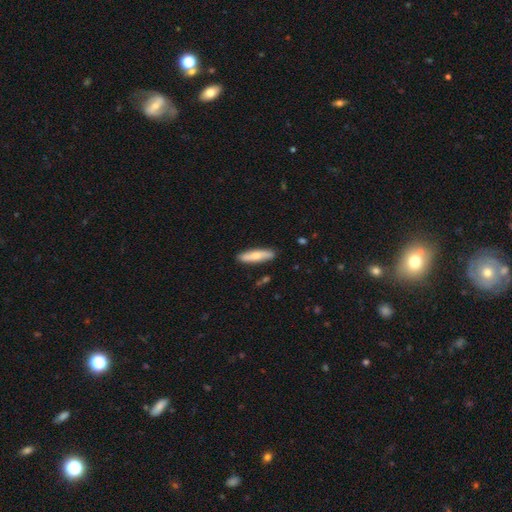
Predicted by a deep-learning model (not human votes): Overall: smooth (65%; featured or disk 30%). How rounded: cigar-shaped (72%). Merging: none (86%).